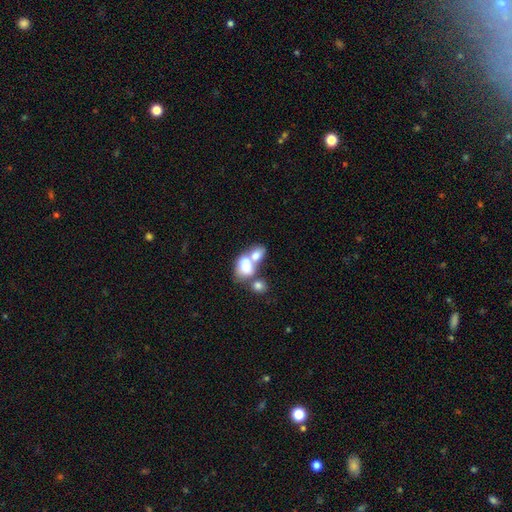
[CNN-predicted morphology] This appears to be a smooth galaxy with no disk features (73%) that is in between round and cigar-shaped (75%). Merging: merger (69%).